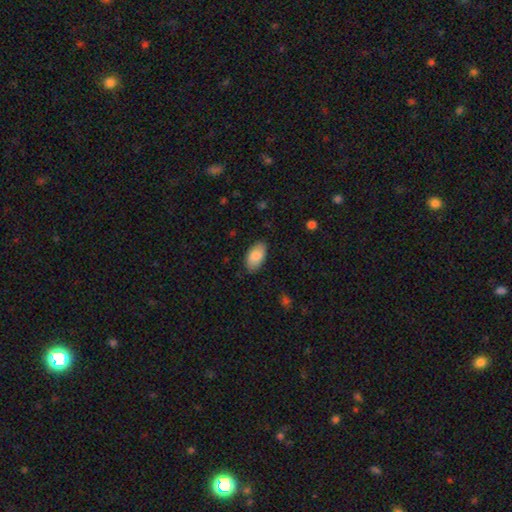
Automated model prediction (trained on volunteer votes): Q: Smooth or featured?
A: smooth (80%); runner-up: featured or disk (14%)
Q: How rounded?
A: in between (95%); runner-up: round (3%)
Q: Merging?
A: none (84%); runner-up: minor disturbance (12%)